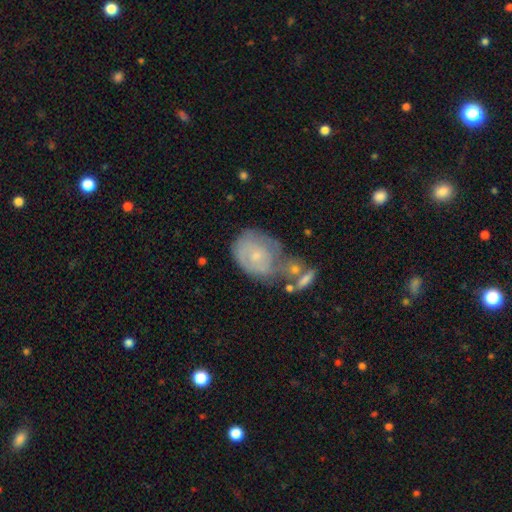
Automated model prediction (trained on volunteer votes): This appears to be a featured or disk galaxy (55%) with no bar (79%), spiral arms (64%) and a small central bulge (70%). Merging: none (33%).